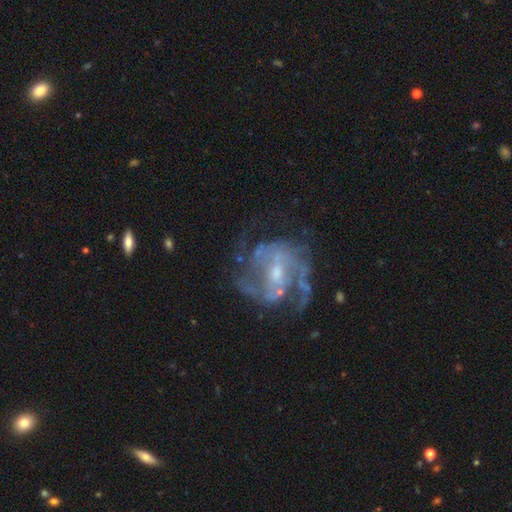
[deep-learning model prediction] The model was most divided on "spiral winding": medium: 47%, tight: 40%, loose: 13%. Remaining: edge-on disk — no (97%); spiral arms — yes (96%); smooth or featured — featured or disk (84%); merging — none (69%); bulge size — small (66%); bar — weak (42%); spiral arm count — 2 (35%).